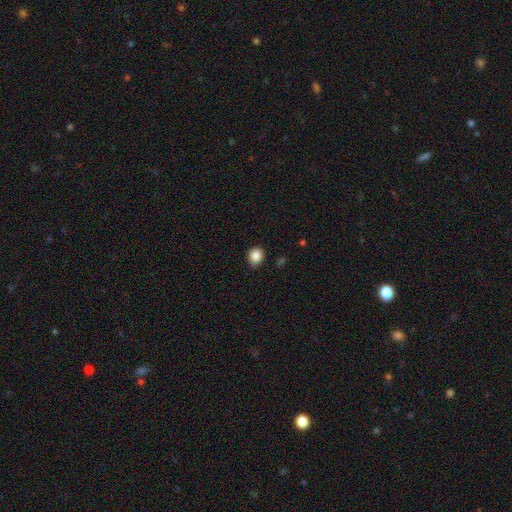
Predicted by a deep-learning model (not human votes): Q: Smooth or featured?
A: smooth (87%); runner-up: star or artifact (9%)
Q: How rounded?
A: round (67%); runner-up: in between (33%)
Q: Merging?
A: none (85%); runner-up: minor disturbance (11%)